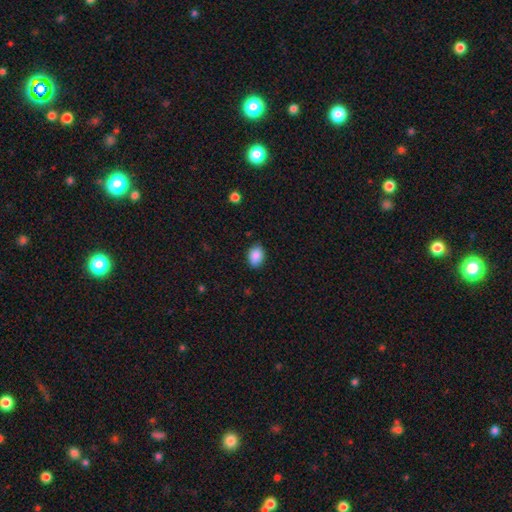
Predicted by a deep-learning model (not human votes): Overall: smooth (88%). How rounded: in between (74%). Merging: none (83%).